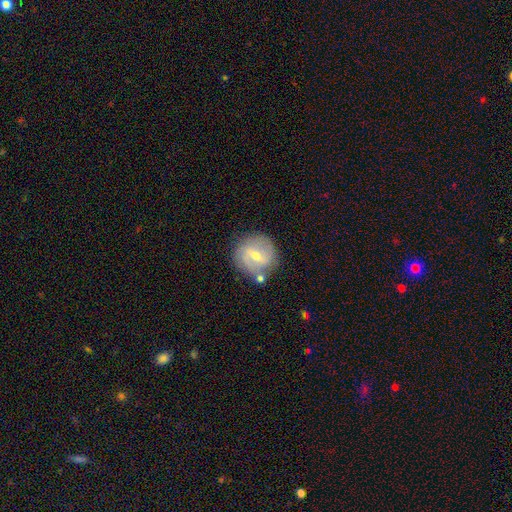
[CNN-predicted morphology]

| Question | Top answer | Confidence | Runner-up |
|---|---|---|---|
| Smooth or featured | featured or disk | 65% | smooth (28%) |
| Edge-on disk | no | 96% | yes (4%) |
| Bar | weak | 57% | strong (27%) |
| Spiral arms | yes | 78% | no (22%) |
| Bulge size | moderate | 53% | small (43%) |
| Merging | none | 72% | minor disturbance (15%) |